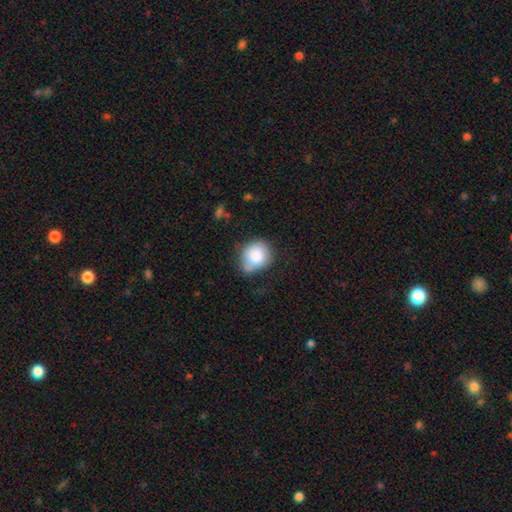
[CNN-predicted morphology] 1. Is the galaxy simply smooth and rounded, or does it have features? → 84% smooth, 8% featured or disk, 8% star or artifact.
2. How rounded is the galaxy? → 74% round, 25% in between, 1% cigar-shaped.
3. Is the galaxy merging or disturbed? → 47% none, 34% minor disturbance, 11% major disturbance, 8% merger.